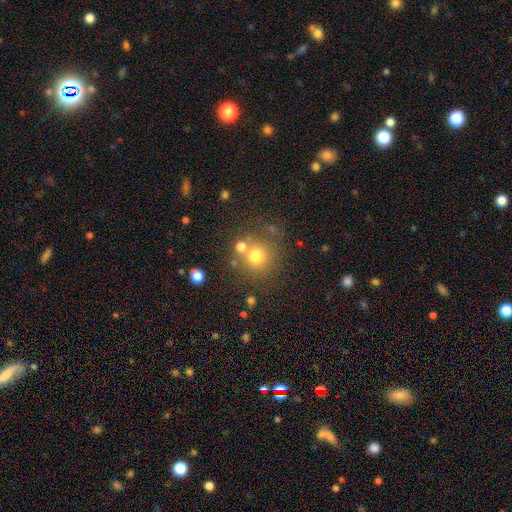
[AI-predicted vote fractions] A smooth galaxy with no disk features (72%) that is round (91%). Merging: none (70%).